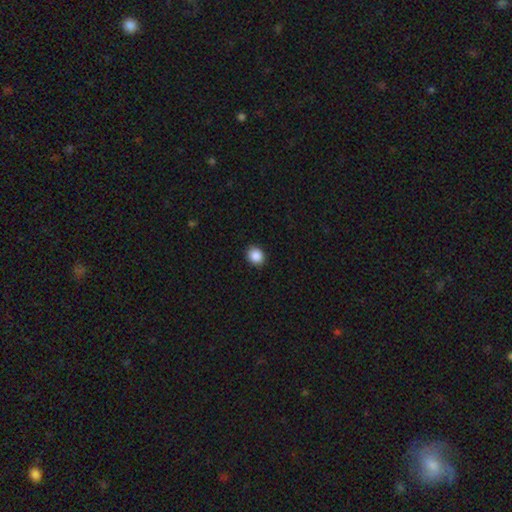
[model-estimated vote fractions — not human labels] This appears to be a smooth galaxy with no disk features (88%) that is round (67%). Merging: none (91%).